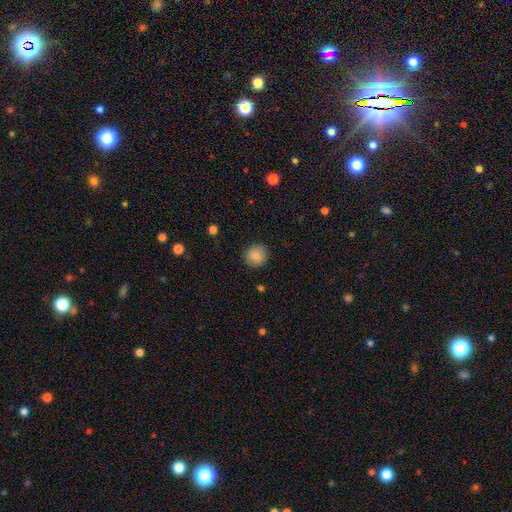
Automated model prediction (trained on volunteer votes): This appears to be a smooth galaxy with no disk features (86%) that is round (85%). Merging: none (86%).